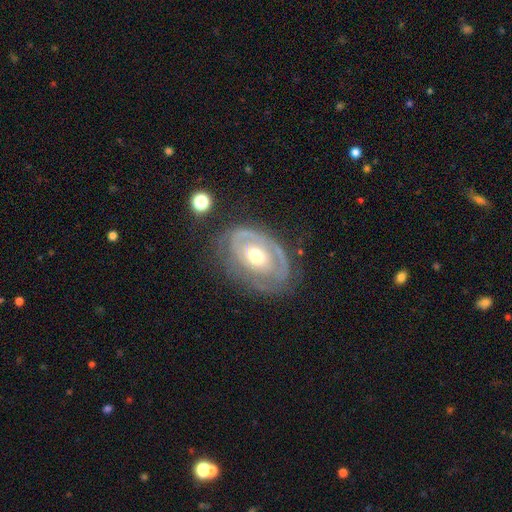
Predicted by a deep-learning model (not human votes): A featured or disk galaxy (76%) with no bar (75%), spiral arms (66%) and a moderate central bulge (70%).

Vote fractions:
- Smooth or featured? featured or disk: 76% / smooth: 19% / star or artifact: 6%
- Edge-on disk? no: 95% / yes: 5%
- Bar? no: 75% / weak: 19% / strong: 6%
- Spiral arms? yes: 66% / no: 34%
- Bulge size? moderate: 70% / small: 19% / large: 9% / dominant: 1% / none: 1%
- Merging? none: 61% / minor disturbance: 23% / major disturbance: 13% / merger: 2%